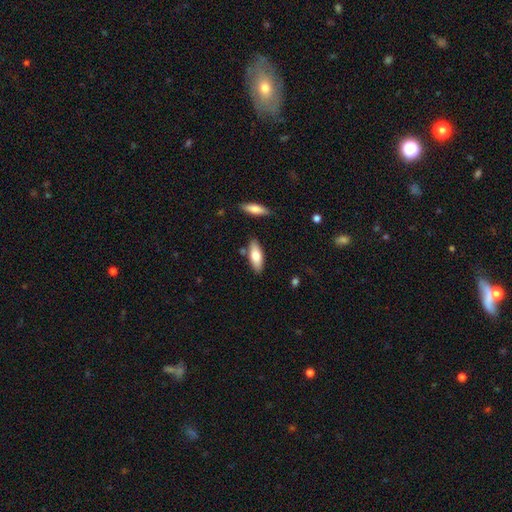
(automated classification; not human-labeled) Overall: smooth (75%). How rounded: in between (69%; cigar-shaped 29%). Merging: none (80%).